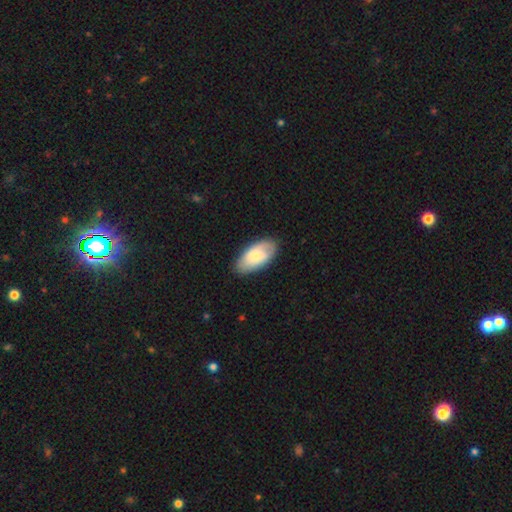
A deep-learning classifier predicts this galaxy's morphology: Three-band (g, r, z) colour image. It shows a smooth galaxy with no disk features (65%) that is in between round and cigar-shaped (94%). Merging: none (81%).